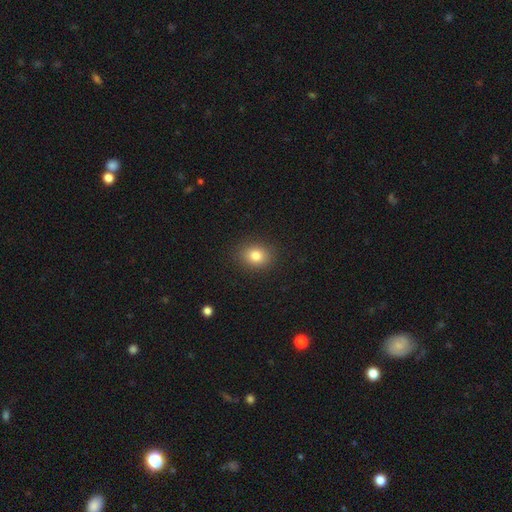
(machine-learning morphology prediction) type=smooth (81%); roundness=round (55%); merging=none (88%).